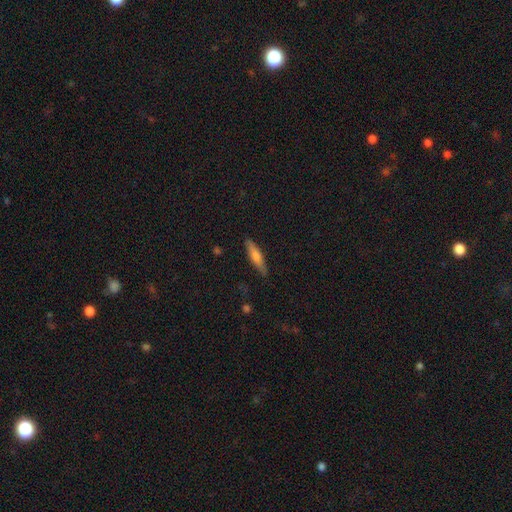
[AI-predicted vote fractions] The model was most divided on "smooth or featured": smooth: 62%, featured or disk: 31%, star or artifact: 6%. More confident: merging — none (86%); how rounded — cigar-shaped (81%).